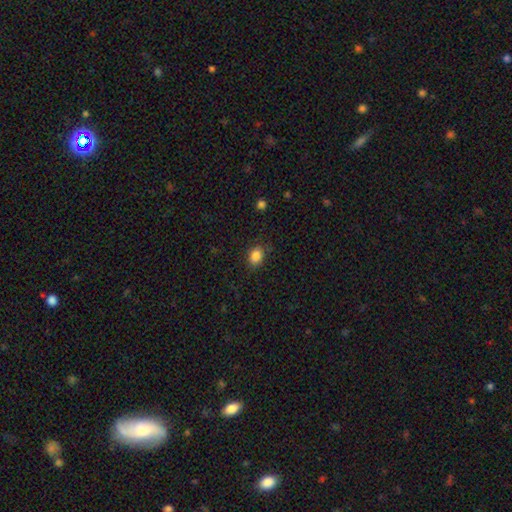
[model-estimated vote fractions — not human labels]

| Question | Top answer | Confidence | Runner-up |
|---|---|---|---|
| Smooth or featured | smooth | 85% | star or artifact (10%) |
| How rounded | in between | 65% | round (34%) |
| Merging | none | 83% | minor disturbance (13%) |